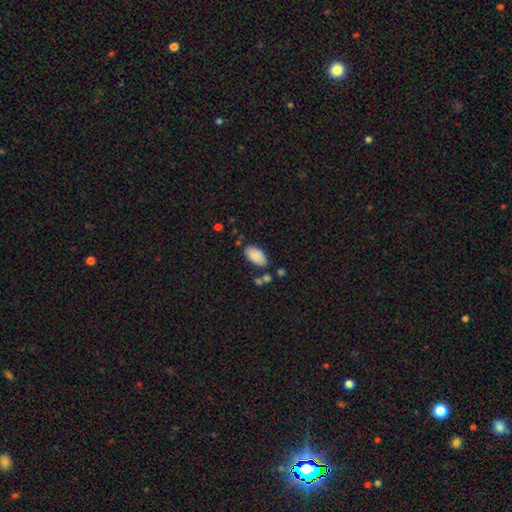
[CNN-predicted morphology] Q: Smooth or featured?
A: smooth (87%); runner-up: star or artifact (7%)
Q: How rounded?
A: in between (95%); runner-up: round (3%)
Q: Merging?
A: none (71%); runner-up: minor disturbance (17%)